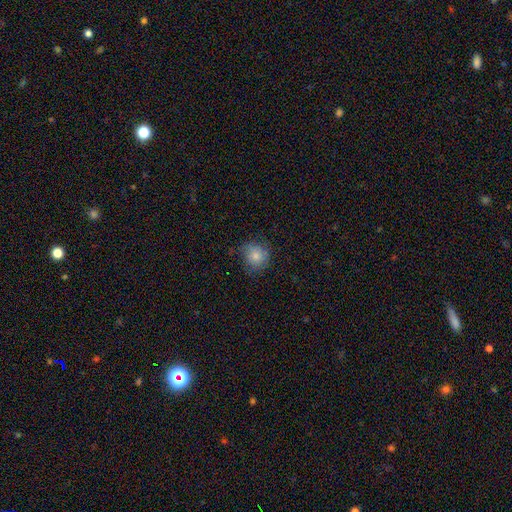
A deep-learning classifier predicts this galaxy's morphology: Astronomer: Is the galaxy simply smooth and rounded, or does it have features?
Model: smooth — 74%.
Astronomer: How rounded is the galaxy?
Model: round — 85%.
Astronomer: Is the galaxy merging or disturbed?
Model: none — 71%.